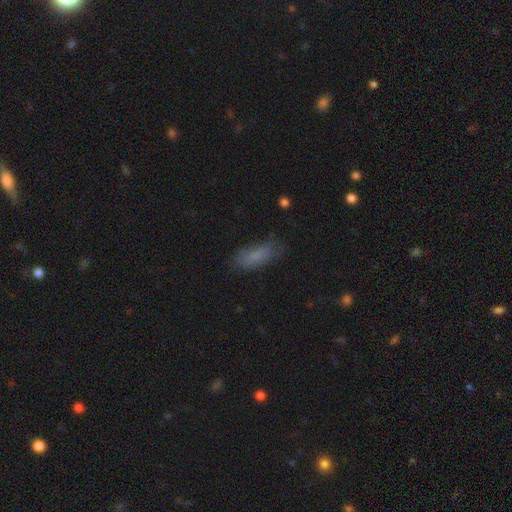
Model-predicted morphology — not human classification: Q: Smooth or featured?
A: smooth (78%); runner-up: featured or disk (13%)
Q: How rounded?
A: in between (71%); runner-up: cigar-shaped (27%)
Q: Merging?
A: none (72%); runner-up: minor disturbance (20%)